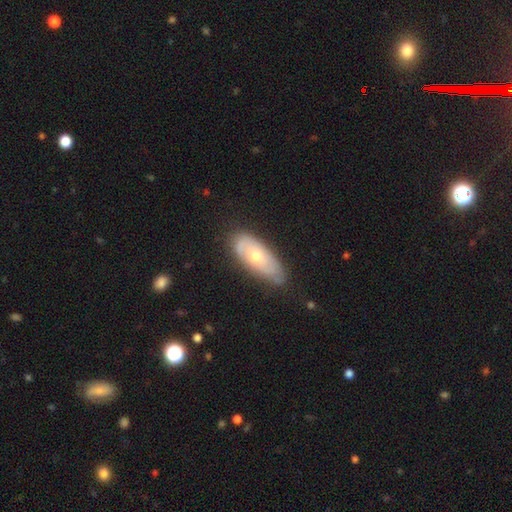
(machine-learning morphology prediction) type=smooth (51%); roundness=in between (79%); merging=none (67%).